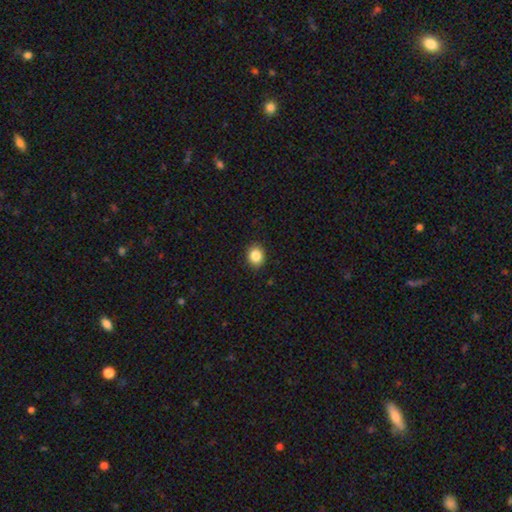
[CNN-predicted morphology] A smooth galaxy with no disk features (86%) that is round (61%). Merging: none (90%).